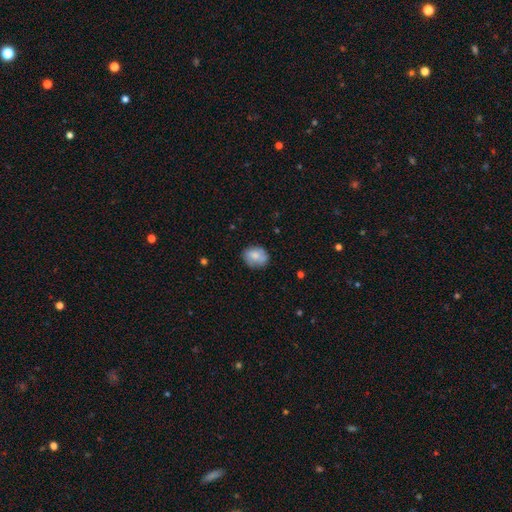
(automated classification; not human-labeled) Smooth or featured: smooth — 72% (featured or disk — 20%)
How rounded: in between — 59% (round — 40%)
Merging: none — 71% (minor disturbance — 21%)